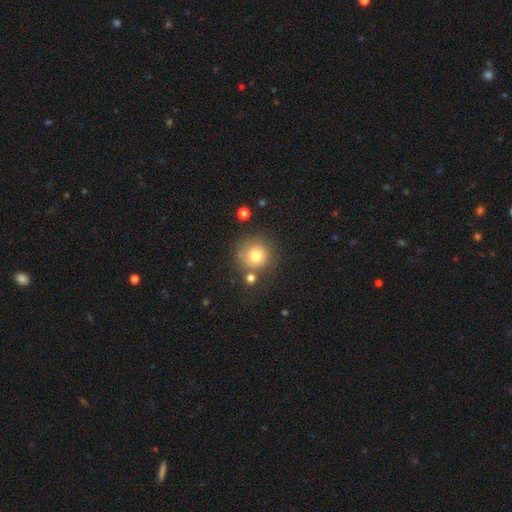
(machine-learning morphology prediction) type=smooth (78%); roundness=round (93%); merging=none (72%).